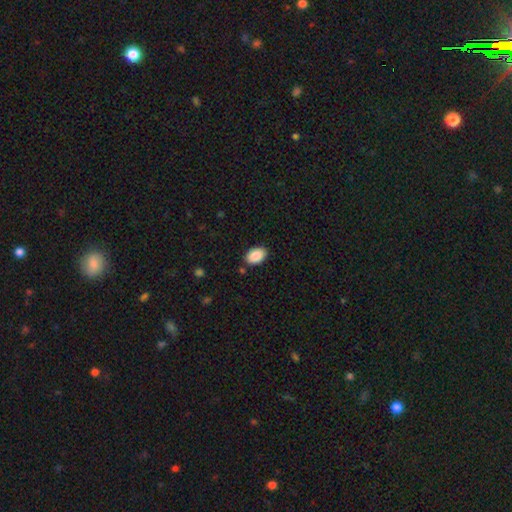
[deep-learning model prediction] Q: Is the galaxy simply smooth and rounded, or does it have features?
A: smooth — 88%.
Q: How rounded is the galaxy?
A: in between — 91%.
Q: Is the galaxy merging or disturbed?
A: none — 87%.